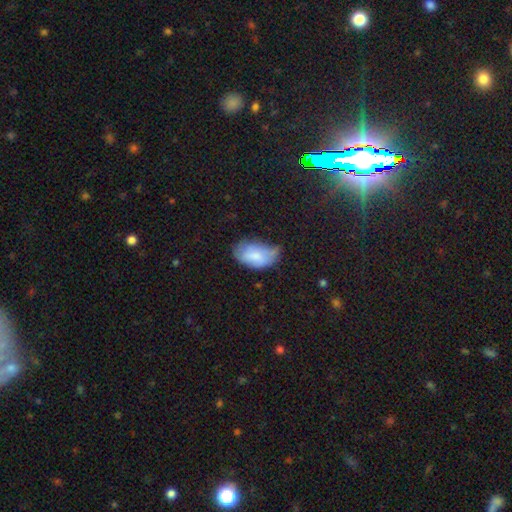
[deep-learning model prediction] Smooth or featured? smooth (75%)
How rounded? in between (93%)
Merging? minor disturbance (46%)